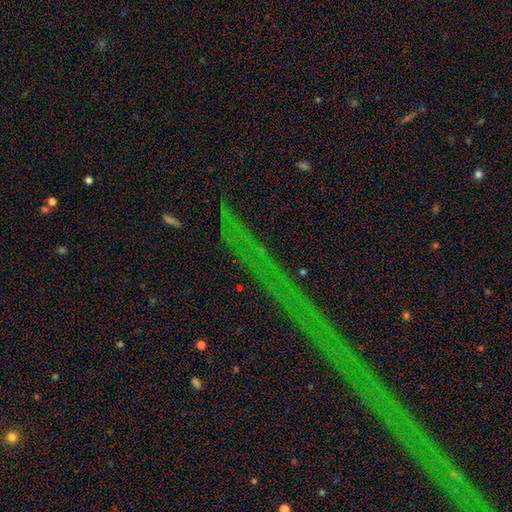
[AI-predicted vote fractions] A star or artifact, not a galaxy (80%).

Vote fractions:
- Smooth or featured? star or artifact: 80% / featured or disk: 10% / smooth: 9%